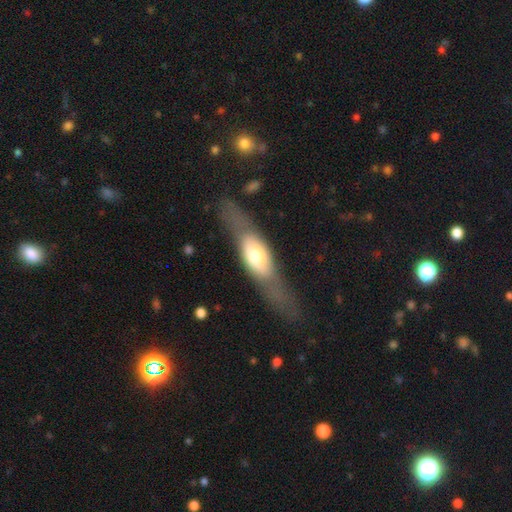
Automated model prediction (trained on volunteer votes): Smooth or featured: featured or disk — 50% (smooth — 44%)
Edge-on disk: yes — 65% (no — 35%)
Merging: none — 58% (major disturbance — 20%)